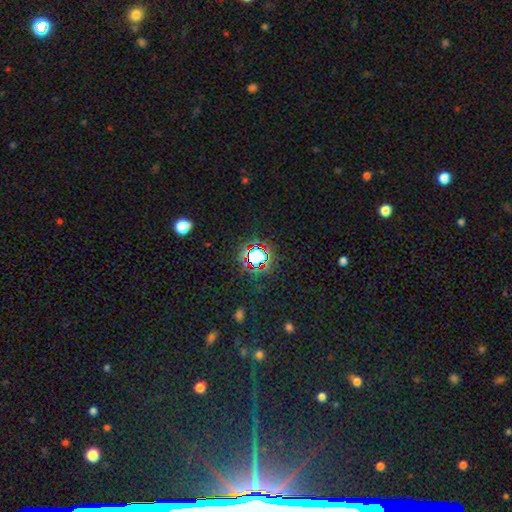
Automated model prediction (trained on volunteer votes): Smooth or featured? Predicted: star or artifact (p=0.71).